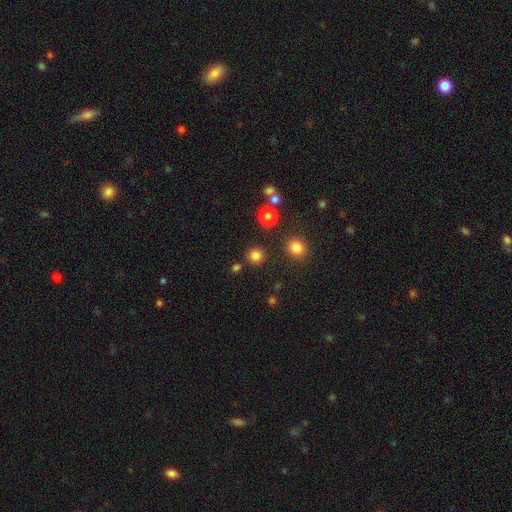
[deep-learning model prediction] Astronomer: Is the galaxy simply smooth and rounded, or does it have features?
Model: smooth — 81%.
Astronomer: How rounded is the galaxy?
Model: round — 93%.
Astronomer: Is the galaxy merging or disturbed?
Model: none — 87%.